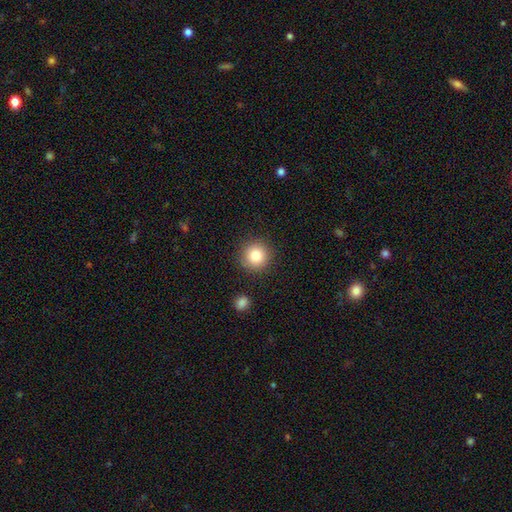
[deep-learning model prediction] The model was most divided on "smooth or featured": smooth: 83%, star or artifact: 10%, featured or disk: 6%. More confident: how rounded — round (94%); merging — none (88%).